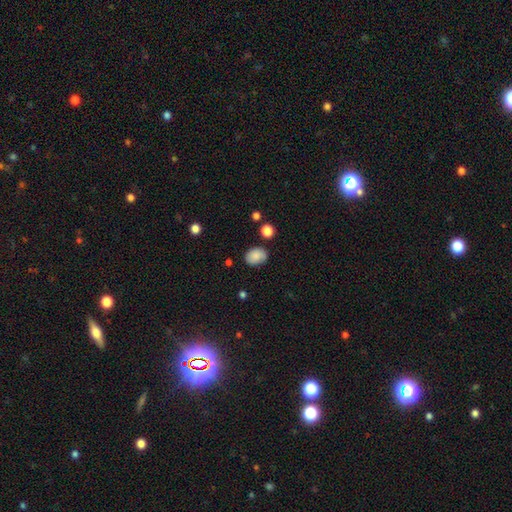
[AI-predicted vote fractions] Smooth or featured: smooth — 83% (featured or disk — 9%)
How rounded: in between — 73% (round — 26%)
Merging: none — 74% (minor disturbance — 19%)